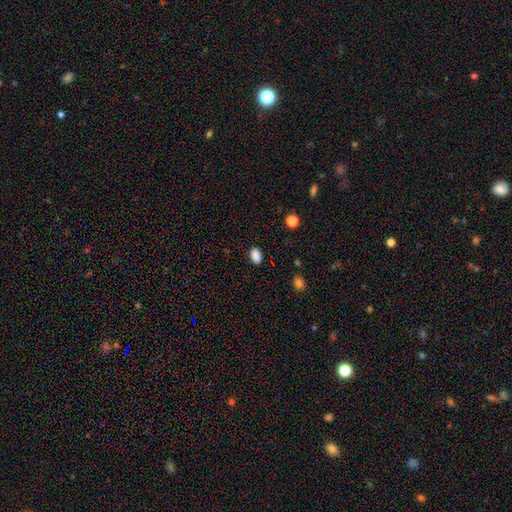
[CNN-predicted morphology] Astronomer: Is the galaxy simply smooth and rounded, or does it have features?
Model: smooth — 87%.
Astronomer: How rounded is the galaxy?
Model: in between — 87%.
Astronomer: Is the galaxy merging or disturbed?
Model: none — 87%.